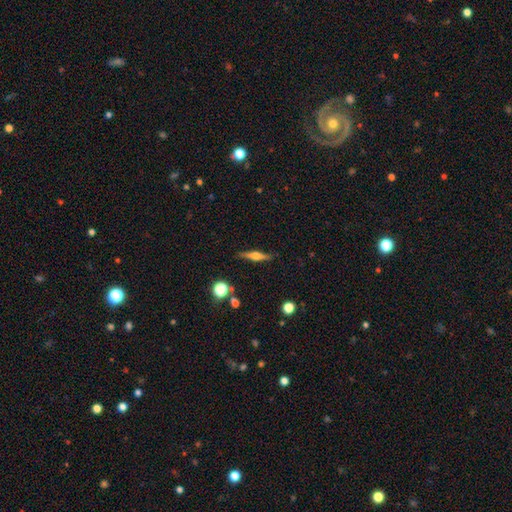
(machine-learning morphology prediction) smooth_or_featured: featured or disk (p=0.65) [alt: smooth p=0.27]
disk_edge_on: yes (p=0.97) [alt: no p=0.03]
edge_on_bulge: rounded (p=0.90) [alt: boxy p=0.07]
merging: none (p=0.88) [alt: minor disturbance p=0.08]